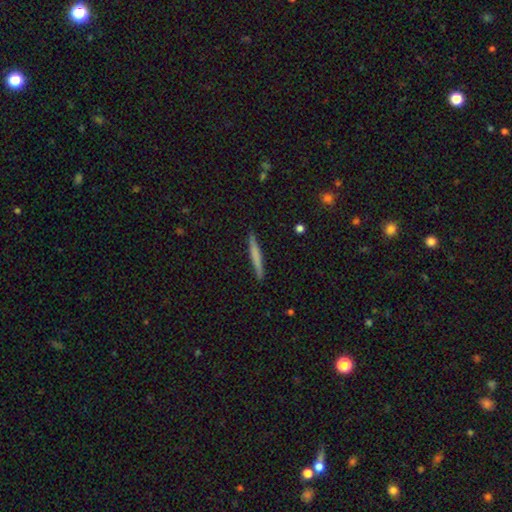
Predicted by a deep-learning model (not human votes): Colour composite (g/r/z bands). It shows a smooth galaxy with no disk features (64%) that is cigar-shaped (96%). Merging: none (90%).